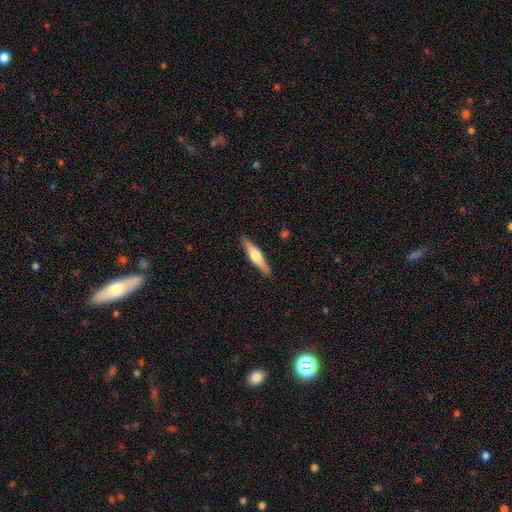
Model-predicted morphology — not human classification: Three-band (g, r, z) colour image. It shows a featured or disk galaxy (58%) viewed edge-on (97%) with a rounded central bulge (89%). Merging: none (90%).